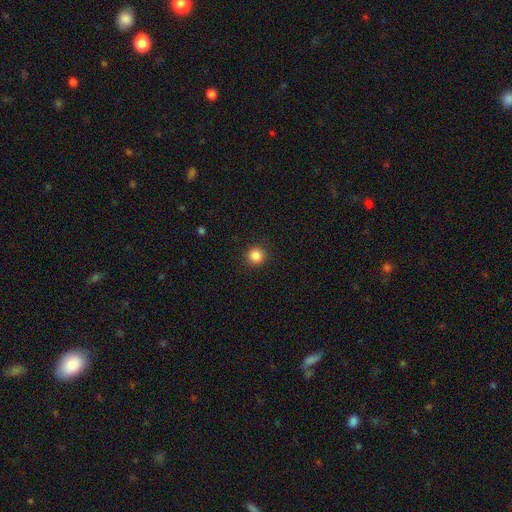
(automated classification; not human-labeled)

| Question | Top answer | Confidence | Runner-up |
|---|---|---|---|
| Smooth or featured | smooth | 86% | star or artifact (11%) |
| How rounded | round | 94% | in between (5%) |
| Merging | none | 91% | minor disturbance (6%) |